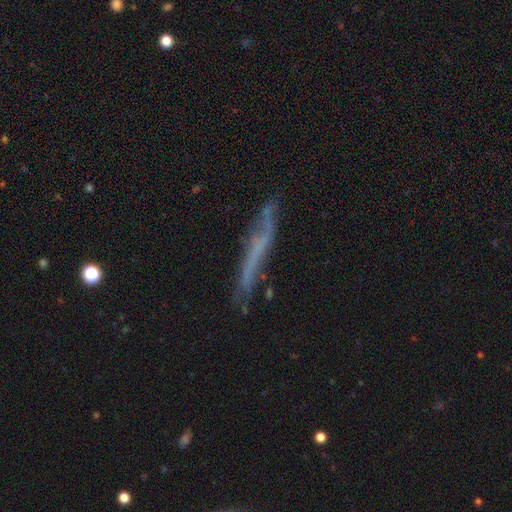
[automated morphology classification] A featured or disk galaxy (55%) viewed edge-on (76%). Merging: none (75%).